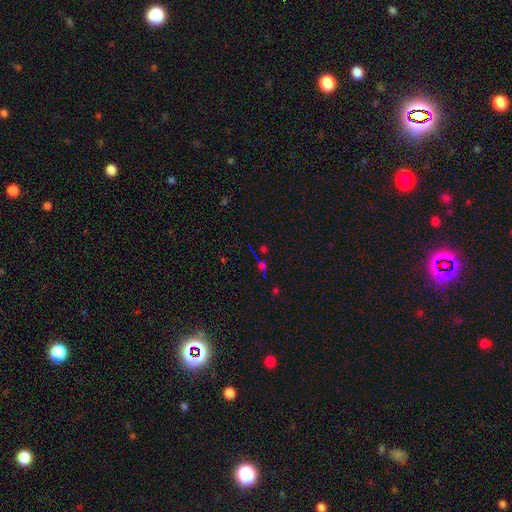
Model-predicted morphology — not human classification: Smooth or featured? star or artifact (65%)